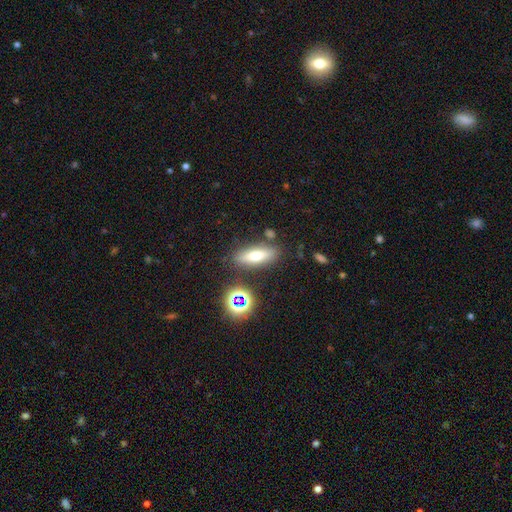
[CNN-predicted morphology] type=smooth (62%); roundness=in between (51%); merging=none (81%).